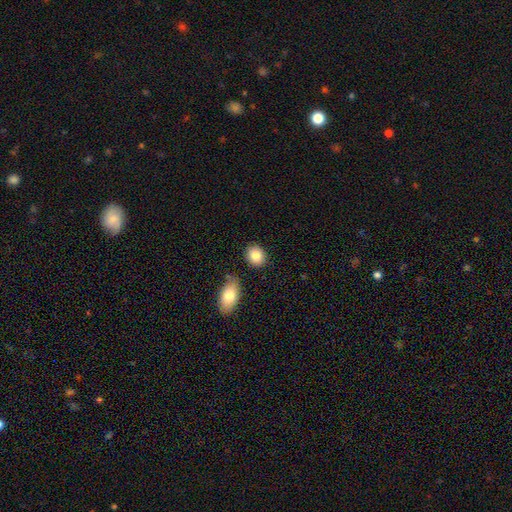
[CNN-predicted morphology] The model was most divided on "how rounded": round: 58%, in between: 40%, cigar-shaped: 1%. More confident: smooth or featured — smooth (85%); merging — none (82%).